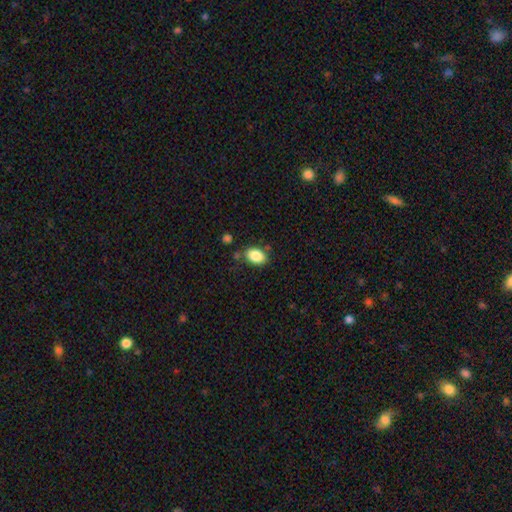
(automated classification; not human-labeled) A smooth galaxy with no disk features (87%) that is in between round and cigar-shaped (86%). Merging: none (77%).